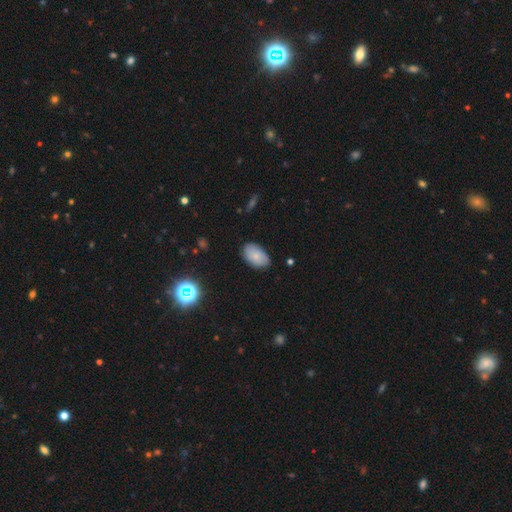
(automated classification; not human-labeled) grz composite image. It shows a smooth galaxy with no disk features (77%) that is in between round and cigar-shaped (92%). Merging: none (78%).